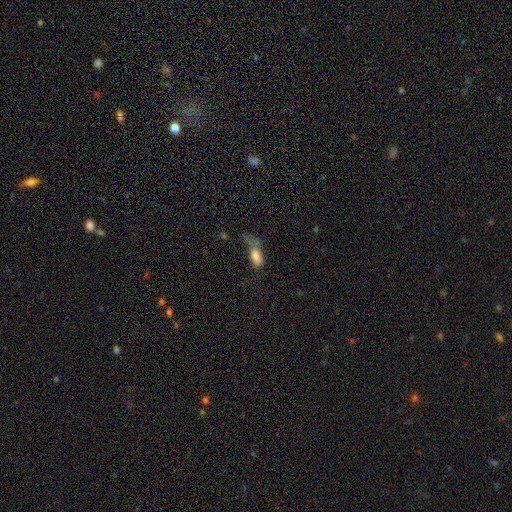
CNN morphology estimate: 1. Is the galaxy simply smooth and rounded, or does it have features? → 77% smooth, 13% featured or disk, 10% star or artifact.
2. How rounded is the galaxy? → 86% in between, 10% cigar-shaped, 5% round.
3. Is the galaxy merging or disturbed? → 47% major disturbance, 24% minor disturbance, 21% none, 8% merger.